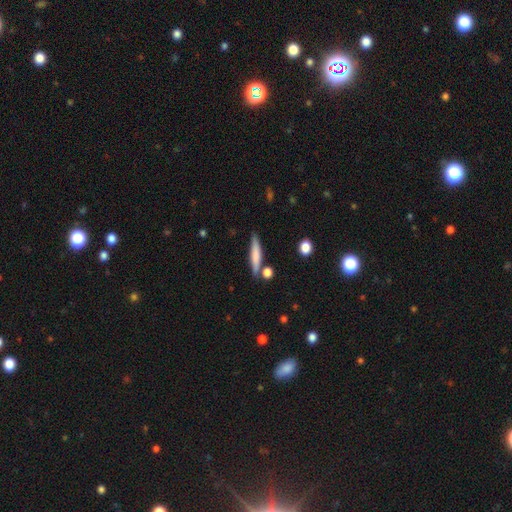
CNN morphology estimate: Overall: smooth (68%). How rounded: cigar-shaped (89%). Merging: none (77%).